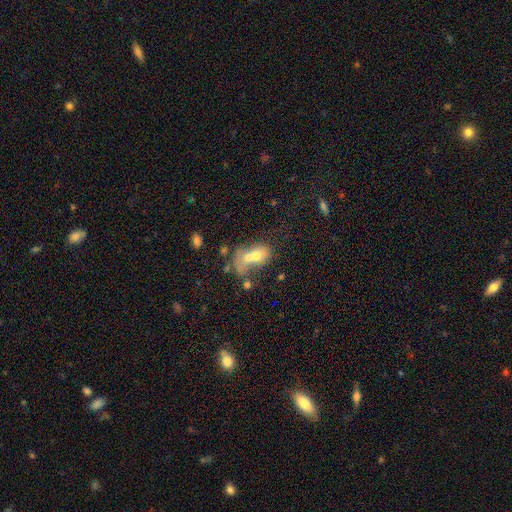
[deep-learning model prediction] smooth-or-featured: smooth: 60% | featured or disk: 29% | star or artifact: 11%
  how-rounded: in between: 71% | round: 27% | cigar-shaped: 2%
  merging: merger: 67% | none: 15% | major disturbance: 10% | minor disturbance: 8%